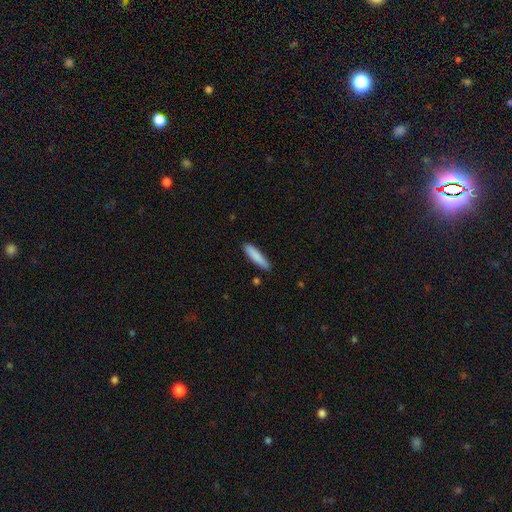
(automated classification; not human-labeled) Smooth or featured: smooth — 86% (featured or disk — 9%)
How rounded: cigar-shaped — 82% (in between — 17%)
Merging: none — 87% (minor disturbance — 10%)